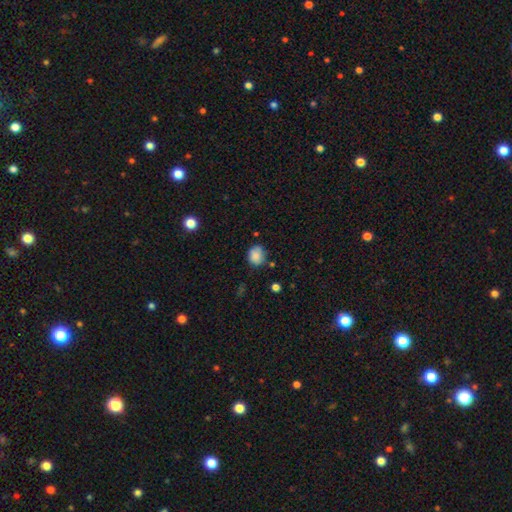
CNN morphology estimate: A smooth galaxy with no disk features (84%) that is round (57%).

Vote fractions:
- Smooth or featured? smooth: 84% / star or artifact: 9% / featured or disk: 7%
- How rounded? round: 57% / in between: 42% / cigar-shaped: 1%
- Merging? none: 66% / minor disturbance: 24% / major disturbance: 5% / merger: 5%